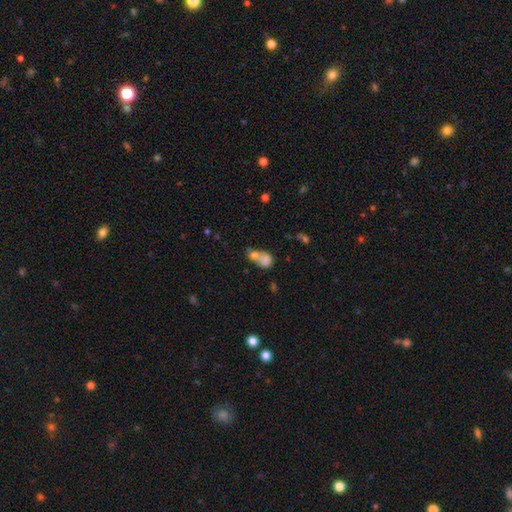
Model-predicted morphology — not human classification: Smooth or featured? Predicted: smooth (p=0.73). How rounded? Predicted: in between (p=0.49, tied with round). Merging? Predicted: merger (p=0.65).